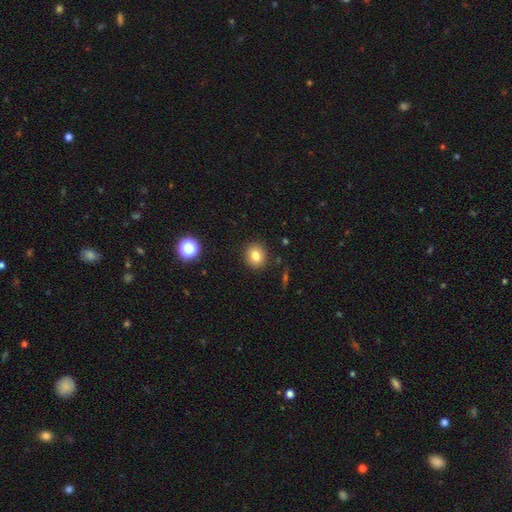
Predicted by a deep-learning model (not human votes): Smooth or featured? Predicted: smooth (p=0.80). How rounded? Predicted: round (p=0.80). Merging? Predicted: none (p=0.90).